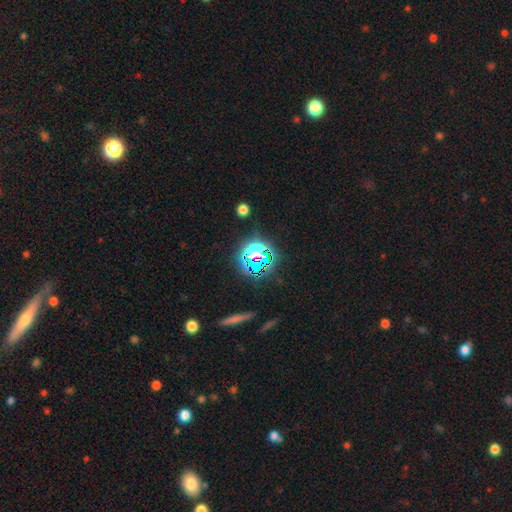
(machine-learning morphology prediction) The model was most divided on "smooth or featured": star or artifact: 69%, smooth: 20%, featured or disk: 10%.